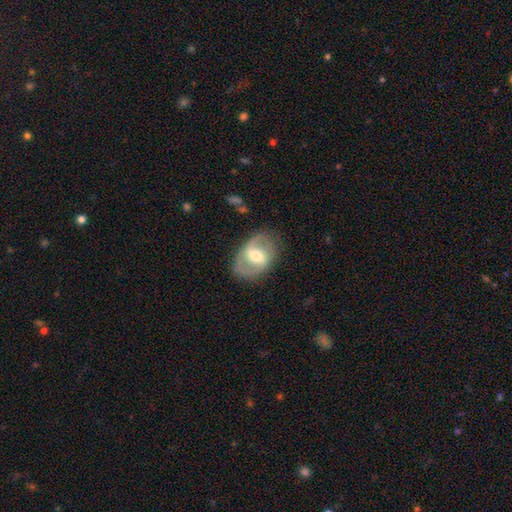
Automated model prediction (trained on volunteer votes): featured or disk 71%, smooth 23%, star or artifact 6%. Down the decision tree: edge-on disk — no (95%); bar — weak (45%); spiral arms — yes (71%); bulge size — moderate (67%); merging — none (78%).